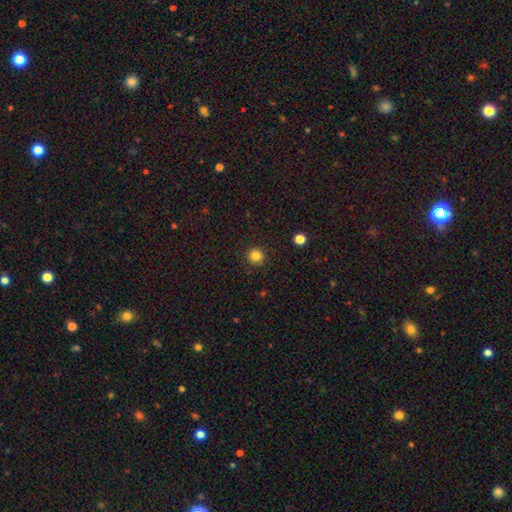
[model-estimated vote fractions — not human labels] This is clearly a smooth galaxy (83%). How rounded: clearly round (95%). Merging: clearly none (91%).